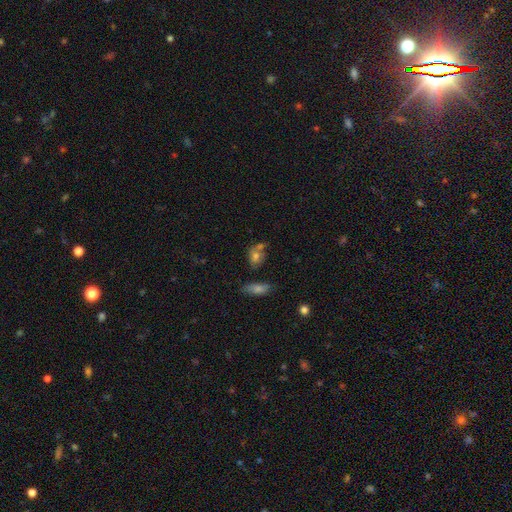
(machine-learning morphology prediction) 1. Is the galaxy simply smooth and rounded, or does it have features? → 65% smooth, 20% featured or disk, 15% star or artifact.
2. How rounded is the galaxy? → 56% in between, 41% round, 4% cigar-shaped.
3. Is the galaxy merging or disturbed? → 53% none, 25% merger, 16% minor disturbance, 6% major disturbance.